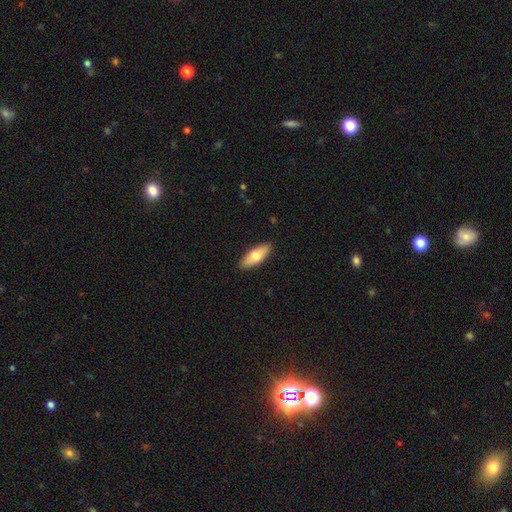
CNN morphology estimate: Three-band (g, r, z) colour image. It shows a smooth galaxy with no disk features (72%) that is in between round and cigar-shaped (74%). Merging: none (89%).